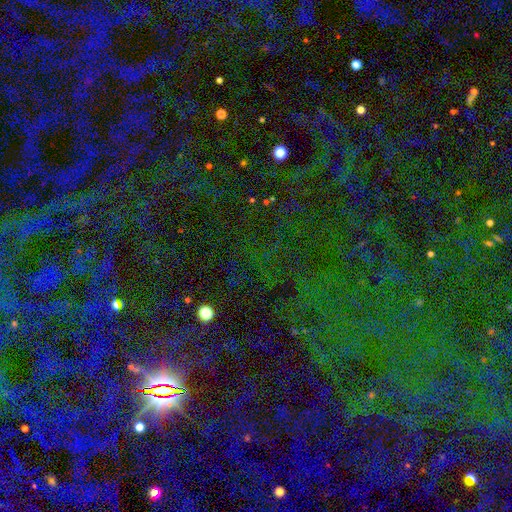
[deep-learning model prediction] A star or artifact, not a galaxy (80%).